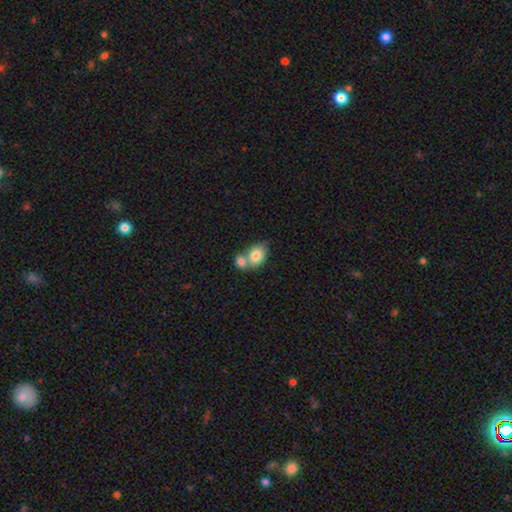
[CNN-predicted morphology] A smooth galaxy with no disk features (81%) that is in between round and cigar-shaped (61%). Merging: merger (57%).